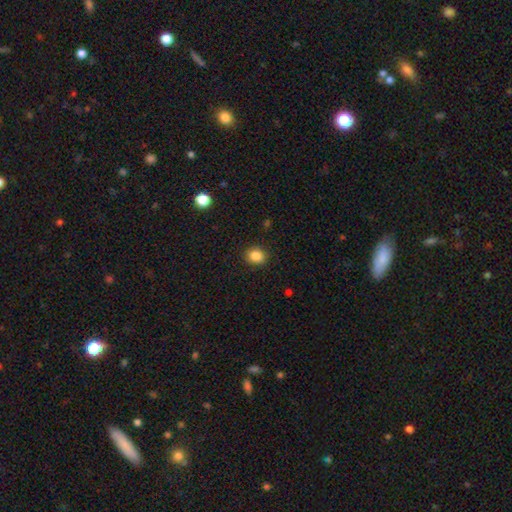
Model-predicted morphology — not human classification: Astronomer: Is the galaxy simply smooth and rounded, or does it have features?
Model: smooth — 85%.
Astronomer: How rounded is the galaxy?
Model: round — 69%.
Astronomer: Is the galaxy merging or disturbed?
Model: none — 90%.